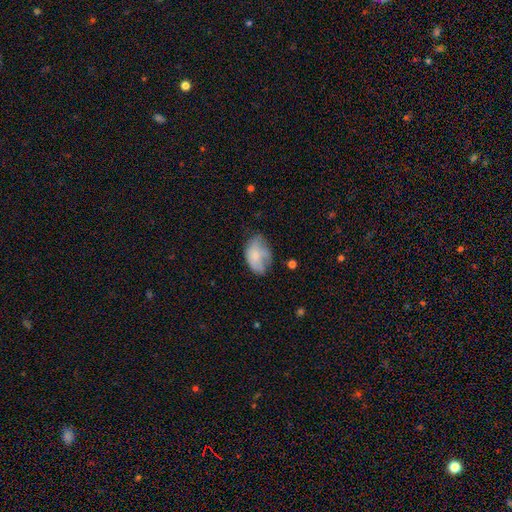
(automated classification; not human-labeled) Q: Smooth or featured?
A: smooth (66%); runner-up: featured or disk (26%)
Q: How rounded?
A: in between (86%); runner-up: round (12%)
Q: Merging?
A: none (41%); runner-up: minor disturbance (36%)